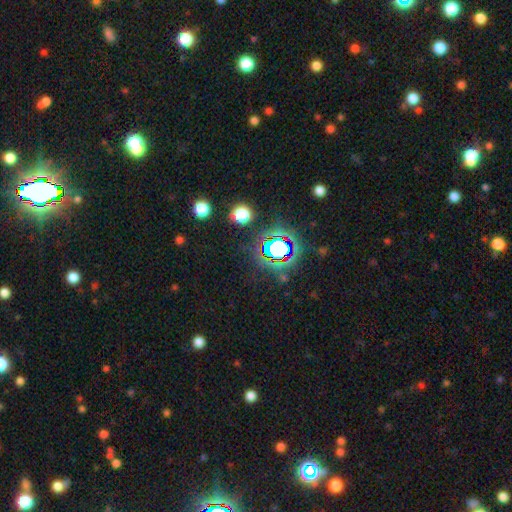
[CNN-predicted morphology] Smooth or featured? star or artifact (81%)